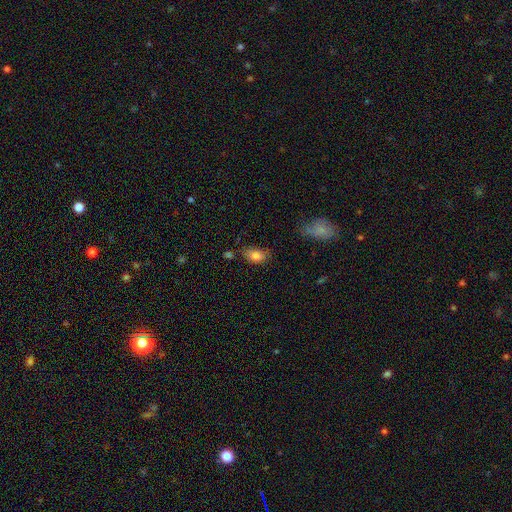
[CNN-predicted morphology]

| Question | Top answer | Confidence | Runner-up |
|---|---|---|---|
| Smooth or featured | smooth | 83% | star or artifact (9%) |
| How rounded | in between | 88% | round (10%) |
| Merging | none | 65% | minor disturbance (24%) |